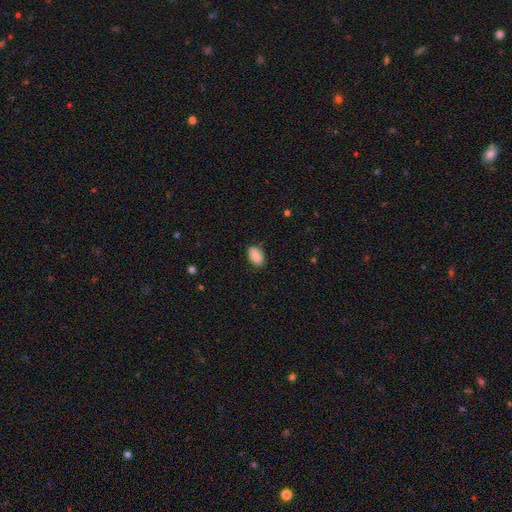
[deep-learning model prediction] Smooth or featured?
  - smooth: 88% *
  - star or artifact: 7%
  - featured or disk: 5%
How rounded?
  - in between: 89% *
  - round: 10%
  - cigar-shaped: 1%
Merging?
  - none: 82% *
  - minor disturbance: 14%
  - major disturbance: 3%
  - merger: 1%